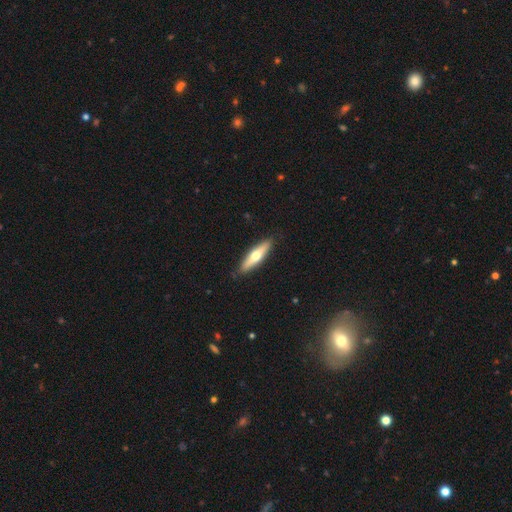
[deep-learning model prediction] Smooth or featured? smooth (51%)
How rounded? cigar-shaped (72%)
Merging? none (89%)